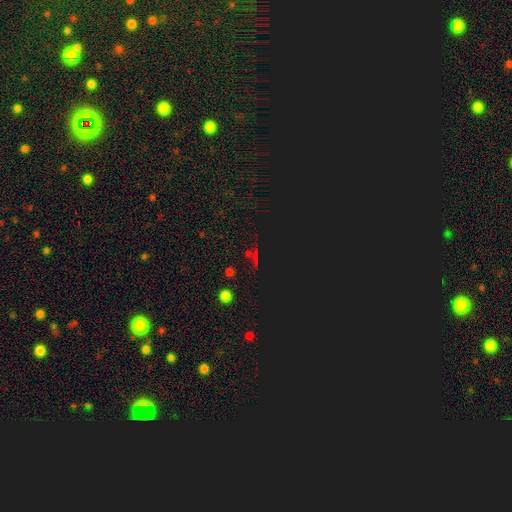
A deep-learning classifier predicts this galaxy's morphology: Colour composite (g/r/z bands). It shows a star or artifact, not a galaxy (76%).